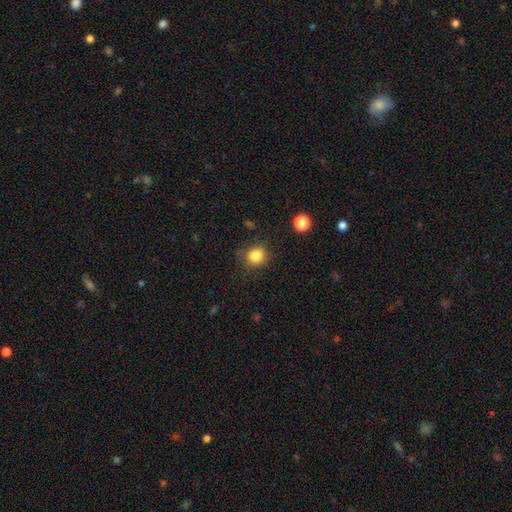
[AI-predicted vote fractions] Morphology: type=smooth (84%); roundness=round (79%); merging=none (79%).